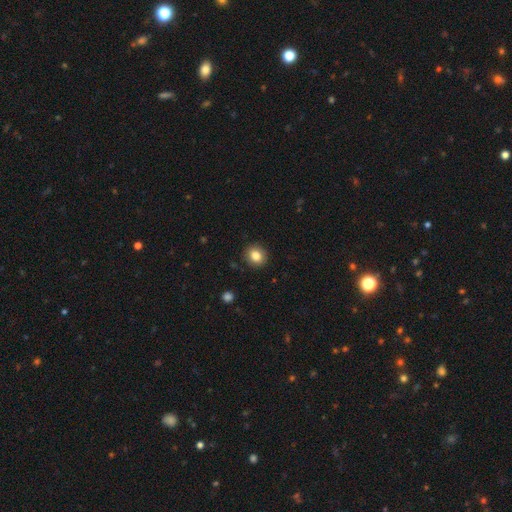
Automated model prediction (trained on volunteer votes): A smooth galaxy with no disk features (84%) that is round (78%). Merging: none (90%).